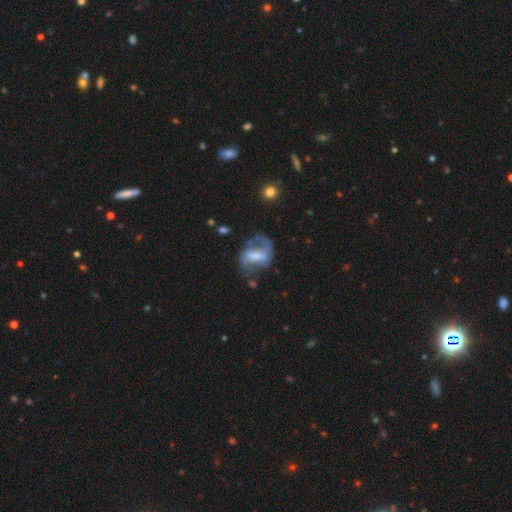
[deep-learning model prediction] Overall: featured or disk (77%). Edge-on disk: no (97%). Bar: strong (45%; weak 40%). Spiral arms: yes (87%). Spiral arm count: 2 (84%). Spiral winding: medium (48%; loose 37%). Bulge size: moderate (32%; none 25%). Merging: none (57%; minor disturbance 21%).